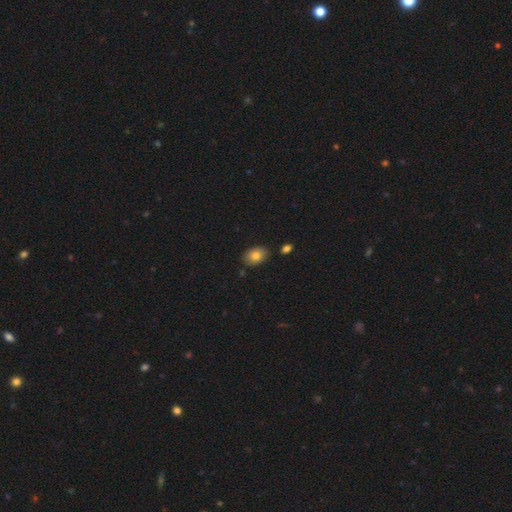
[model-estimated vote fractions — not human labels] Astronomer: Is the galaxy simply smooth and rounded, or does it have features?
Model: smooth — 81%.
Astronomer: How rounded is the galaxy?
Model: in between — 80%.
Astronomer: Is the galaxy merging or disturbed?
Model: none — 83%.